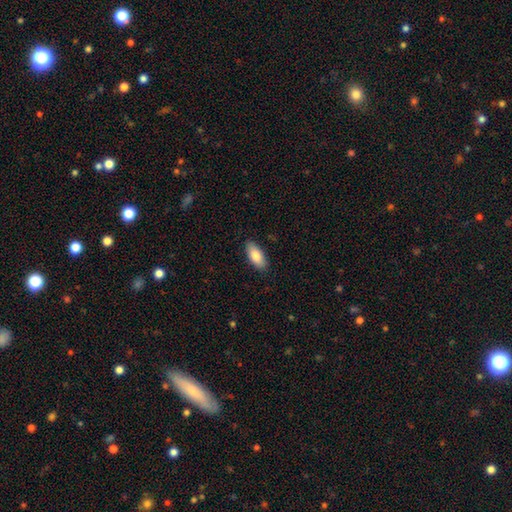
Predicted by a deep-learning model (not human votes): smooth_or_featured: smooth (p=0.84) [alt: featured or disk p=0.10]
how_rounded: in between (p=0.86) [alt: cigar-shaped p=0.12]
merging: none (p=0.87) [alt: minor disturbance p=0.10]